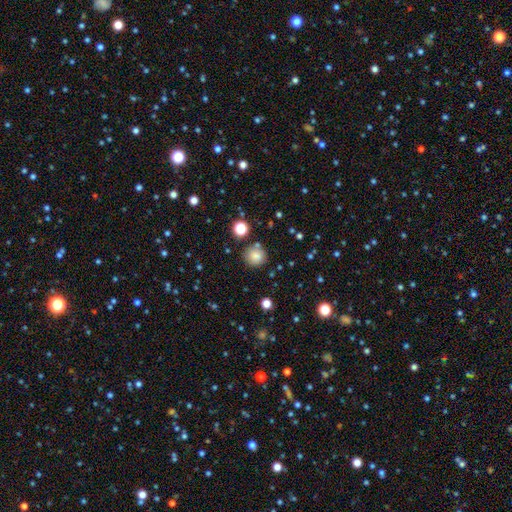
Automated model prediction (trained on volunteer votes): A smooth galaxy with no disk features (81%) that is round (89%).

Vote fractions:
- Smooth or featured? smooth: 81% / star or artifact: 13% / featured or disk: 6%
- How rounded? round: 89% / in between: 10% / cigar-shaped: 1%
- Merging? none: 80% / minor disturbance: 10% / merger: 6% / major disturbance: 3%